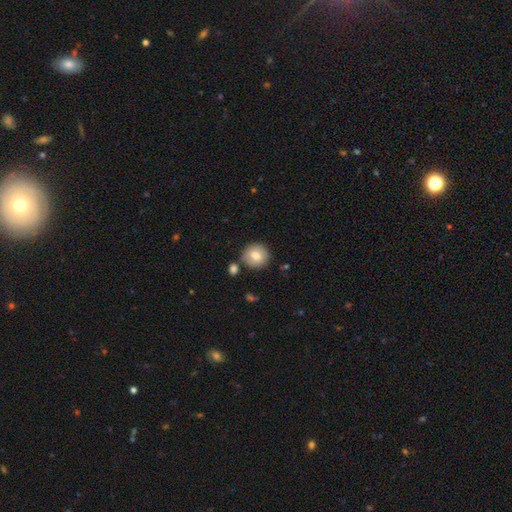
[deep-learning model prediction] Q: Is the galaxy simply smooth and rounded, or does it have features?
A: smooth — 81%.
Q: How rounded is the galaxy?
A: round — 91%.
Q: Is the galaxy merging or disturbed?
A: none — 78%.